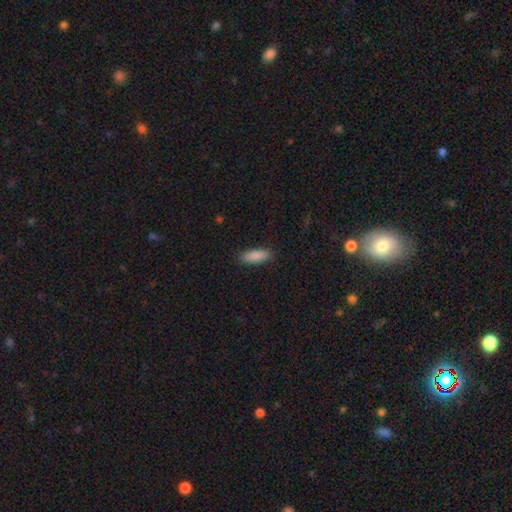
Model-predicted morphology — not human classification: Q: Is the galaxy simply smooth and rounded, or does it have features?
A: smooth — 89%.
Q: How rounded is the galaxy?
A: in between — 62%.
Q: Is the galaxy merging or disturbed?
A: none — 87%.